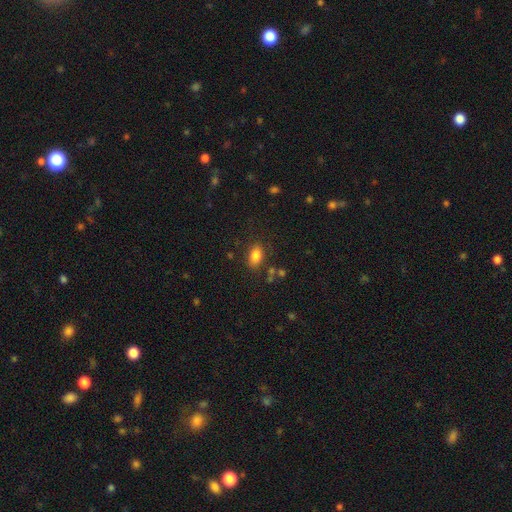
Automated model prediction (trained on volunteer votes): Smooth or featured? Predicted: smooth (p=0.83). How rounded? Predicted: in between (p=0.87). Merging? Predicted: none (p=0.79).